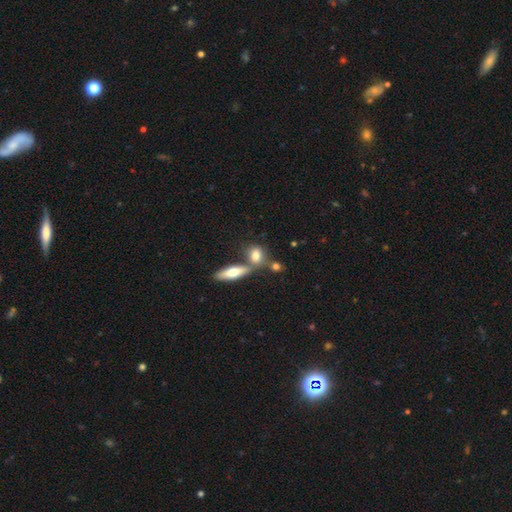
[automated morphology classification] Smooth or featured? smooth (75%)
How rounded? in between (62%)
Merging? none (48%)